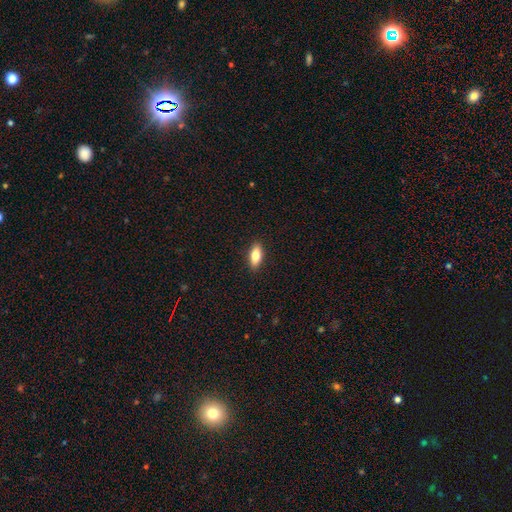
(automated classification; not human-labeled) A smooth galaxy with no disk features (79%) that is in between round and cigar-shaped (81%). Merging: none (90%).